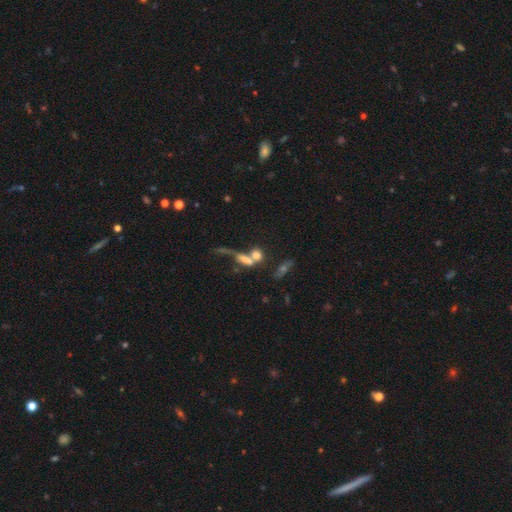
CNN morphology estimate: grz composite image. It shows a smooth galaxy with no disk features (56%) that is in between round and cigar-shaped (50%). Merging: merger (54%).